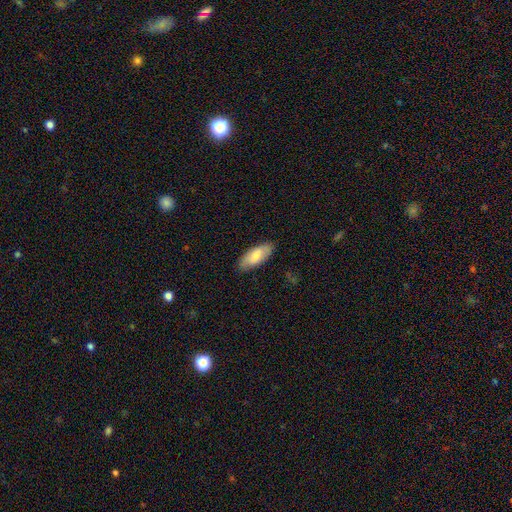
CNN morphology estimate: smooth 77%, featured or disk 17%, star or artifact 6%. Down the decision tree: how rounded — in between (80%); merging — none (85%).